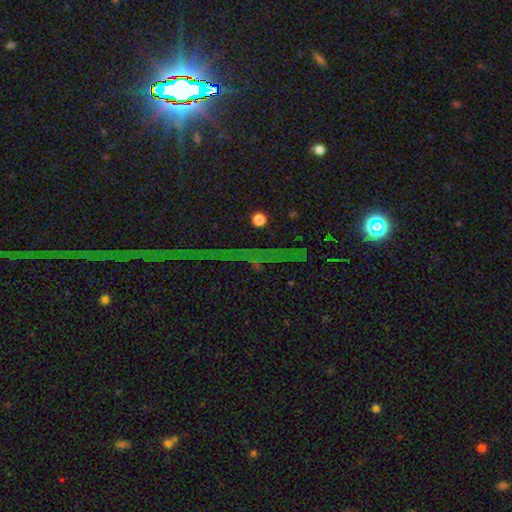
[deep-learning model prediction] Q: Smooth or featured?
A: star or artifact (84%); runner-up: featured or disk (8%)